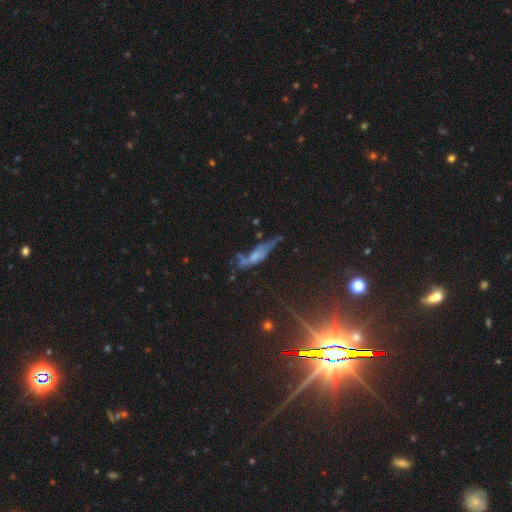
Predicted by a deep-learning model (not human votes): Smooth or featured? featured or disk (46%)
Merging? none (37%)